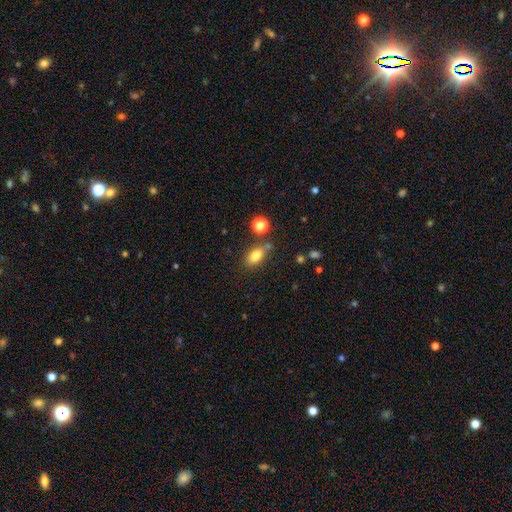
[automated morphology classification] Smooth or featured?
  - smooth: 80% *
  - star or artifact: 11%
  - featured or disk: 9%
How rounded?
  - in between: 82% *
  - round: 12%
  - cigar-shaped: 6%
Merging?
  - none: 69% *
  - minor disturbance: 14%
  - merger: 13%
  - major disturbance: 4%